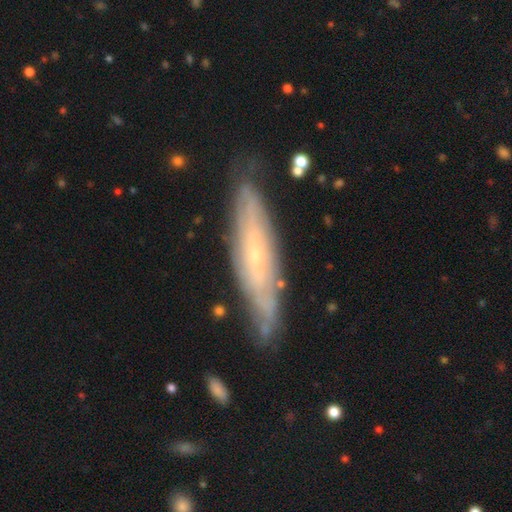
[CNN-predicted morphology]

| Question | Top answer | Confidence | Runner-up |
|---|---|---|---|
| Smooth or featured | featured or disk | 68% | smooth (25%) |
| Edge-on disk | no | 57% | yes (43%) |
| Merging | none | 76% | minor disturbance (17%) |